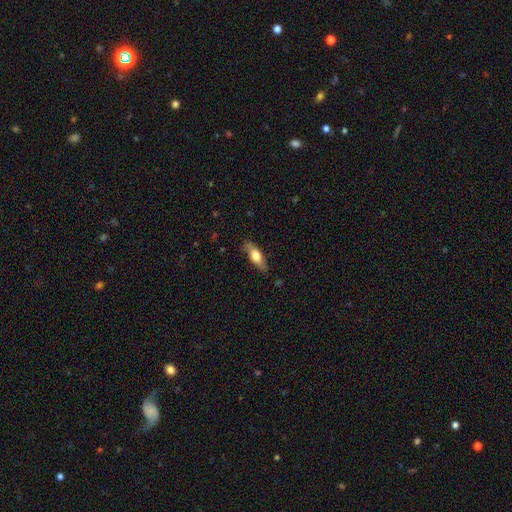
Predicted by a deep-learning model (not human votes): smooth-or-featured: smooth: 60% | featured or disk: 34% | star or artifact: 6%
  how-rounded: in between: 55% | cigar-shaped: 41% | round: 3%
  merging: none: 80% | minor disturbance: 15% | major disturbance: 3% | merger: 1%